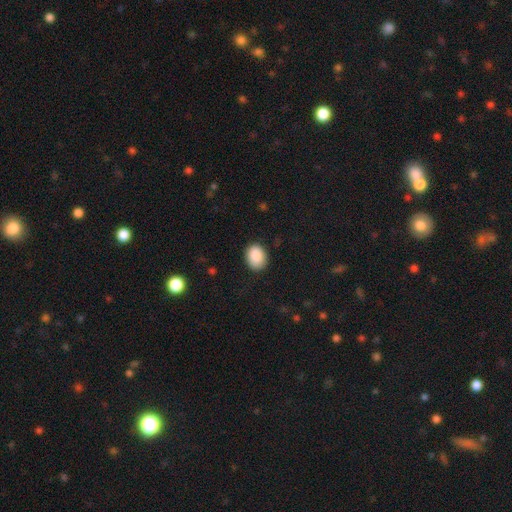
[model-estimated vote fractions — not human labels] The model was most divided on "how rounded": in between: 61%, round: 38%, cigar-shaped: 1%. More confident: smooth or featured — smooth (89%); merging — none (84%).